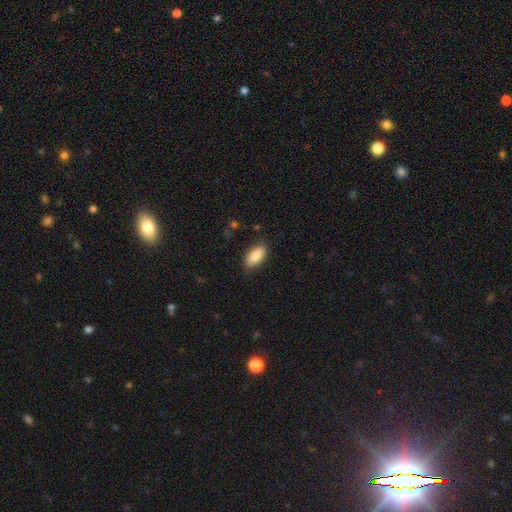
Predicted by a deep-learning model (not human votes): Smooth or featured? smooth (86%)
How rounded? in between (91%)
Merging? none (82%)